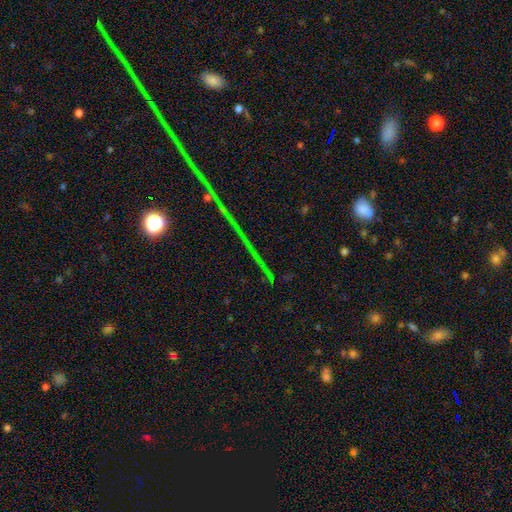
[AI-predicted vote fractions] star or artifact 74%, featured or disk 15%, smooth 11%.